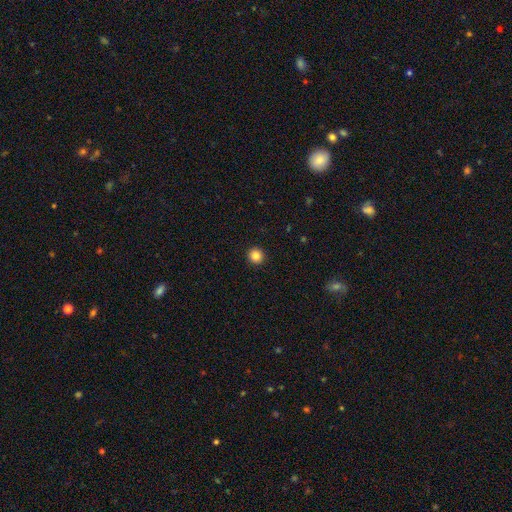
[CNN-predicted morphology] This appears to be a smooth galaxy with no disk features (85%) that is round (95%). Merging: none (94%).